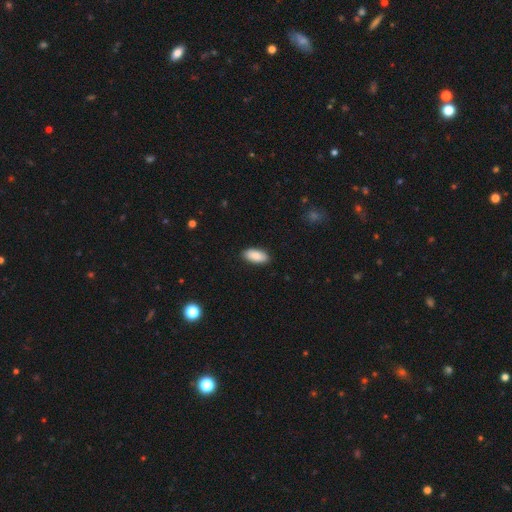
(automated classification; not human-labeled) The model was most divided on "merging": none: 89%, minor disturbance: 8%, major disturbance: 2%, merger: 1%. More confident: how rounded — in between (92%); smooth or featured — smooth (89%).